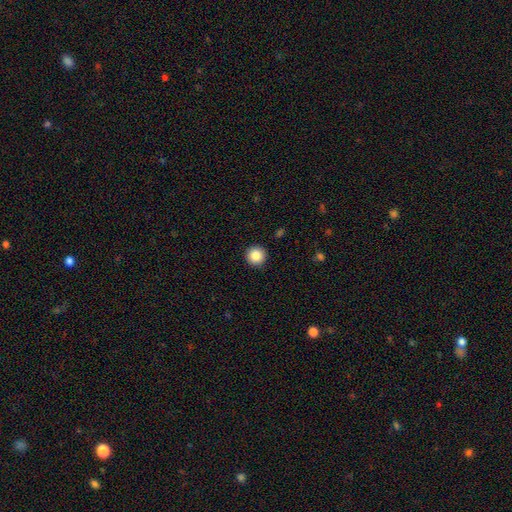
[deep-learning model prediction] smooth-or-featured: smooth: 86% | star or artifact: 9% | featured or disk: 5%
  how-rounded: round: 96% | in between: 3% | cigar-shaped: 1%
  merging: none: 93% | minor disturbance: 5% | major disturbance: 2% | merger: 1%